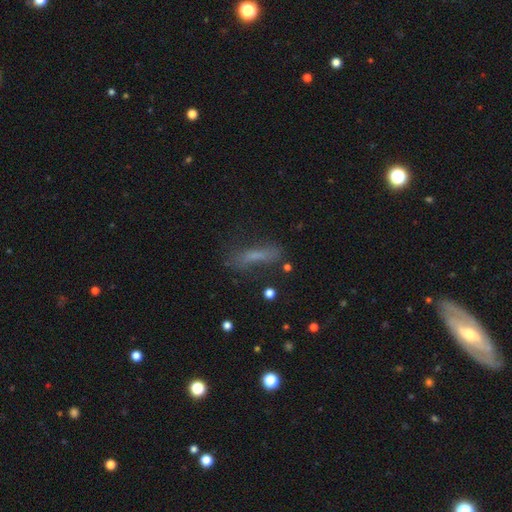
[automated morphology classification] smooth 57%, featured or disk 27%, star or artifact 16%. Down the decision tree: how rounded — cigar-shaped (74%); merging — none (61%).